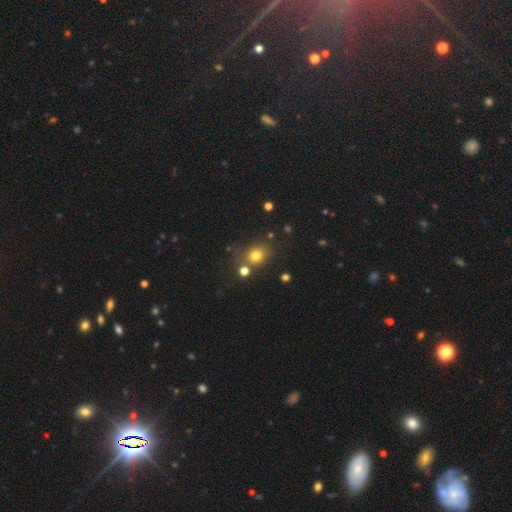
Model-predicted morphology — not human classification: This is likely a smooth galaxy (76%). How rounded: likely round (62%). Merging: likely none (67%).